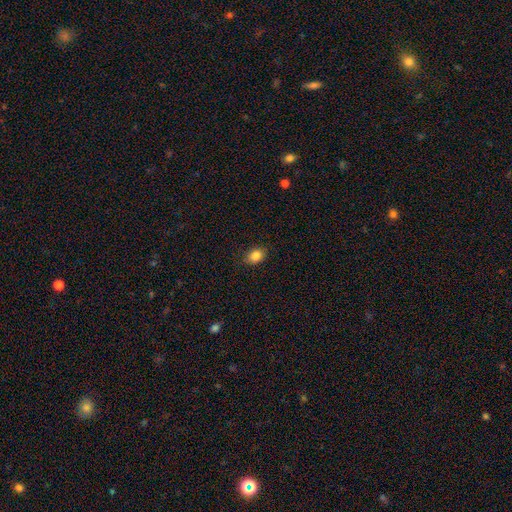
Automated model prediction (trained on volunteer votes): Overall: smooth (85%). How rounded: in between (65%; round 34%). Merging: none (87%).